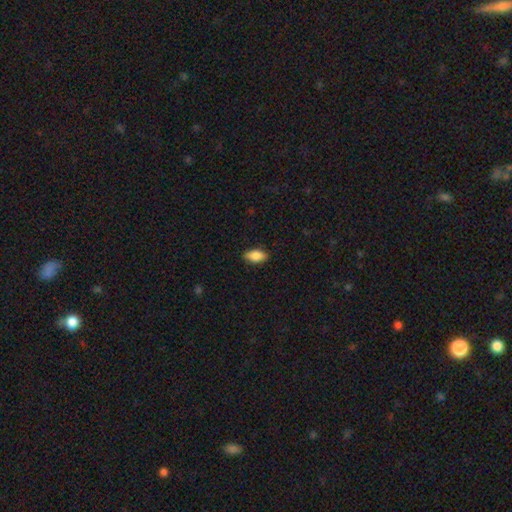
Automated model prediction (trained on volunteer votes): Overall: smooth (87%). How rounded: in between (91%). Merging: none (86%).